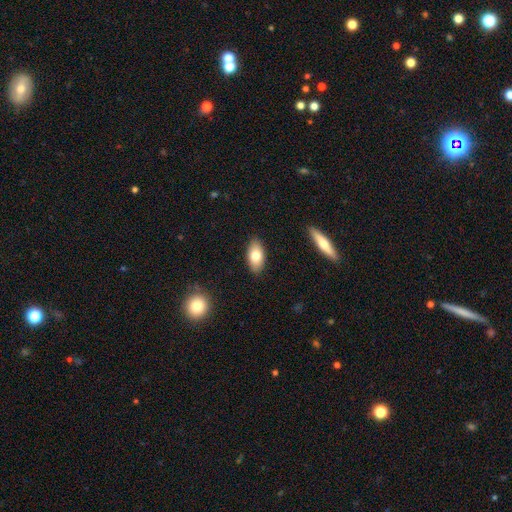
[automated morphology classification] smooth-or-featured: smooth: 77% | featured or disk: 16% | star or artifact: 7%
  how-rounded: in between: 91% | cigar-shaped: 5% | round: 4%
  merging: none: 88% | minor disturbance: 9% | major disturbance: 2% | merger: 1%